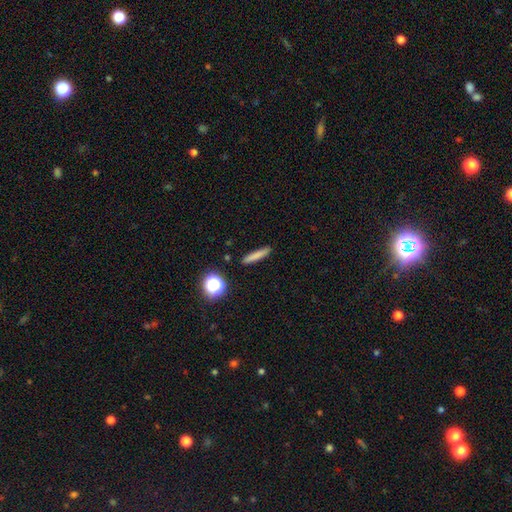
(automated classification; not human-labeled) Smooth or featured? smooth (77%)
How rounded? cigar-shaped (90%)
Merging? none (89%)